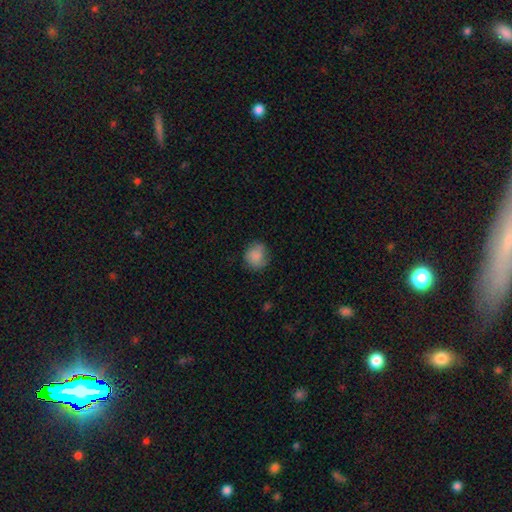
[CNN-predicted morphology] The model was most divided on "merging": none: 74%, minor disturbance: 19%, major disturbance: 5%, merger: 1%. More confident: smooth or featured — smooth (84%); how rounded — round (79%).